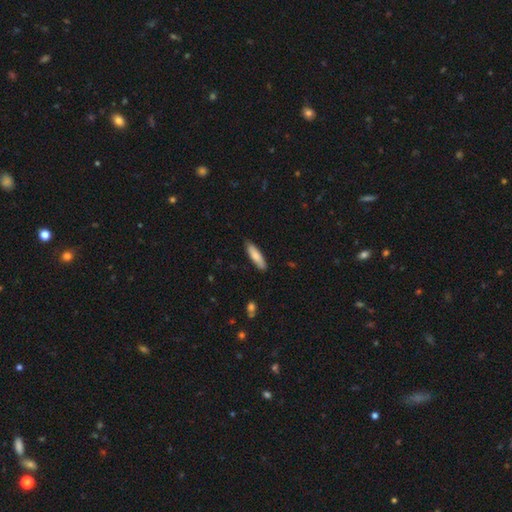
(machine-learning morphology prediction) A smooth galaxy with no disk features (80%) that is cigar-shaped (68%). Merging: none (86%).